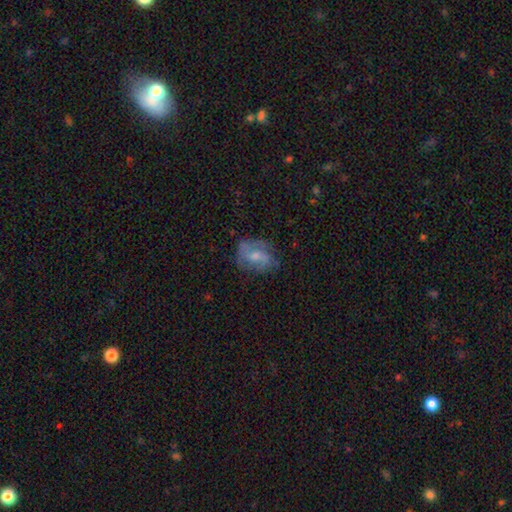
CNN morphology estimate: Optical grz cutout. It shows a featured or disk galaxy (58%) with no bar (53%), spiral arms (78%) and a moderate central bulge (47%). Merging: none (61%).